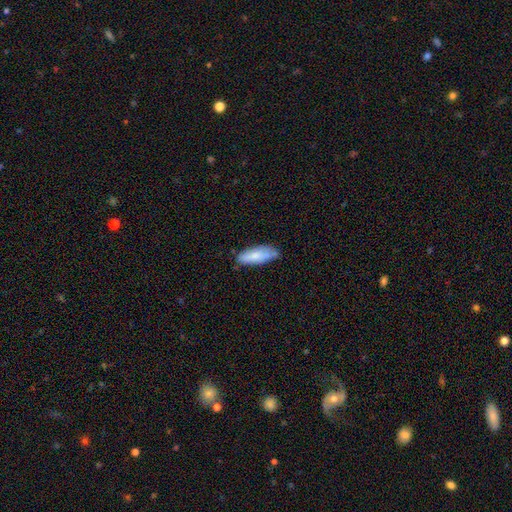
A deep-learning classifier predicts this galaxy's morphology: This appears to be a smooth galaxy with no disk features (77%) that is in between round and cigar-shaped (61%). Merging: none (64%).